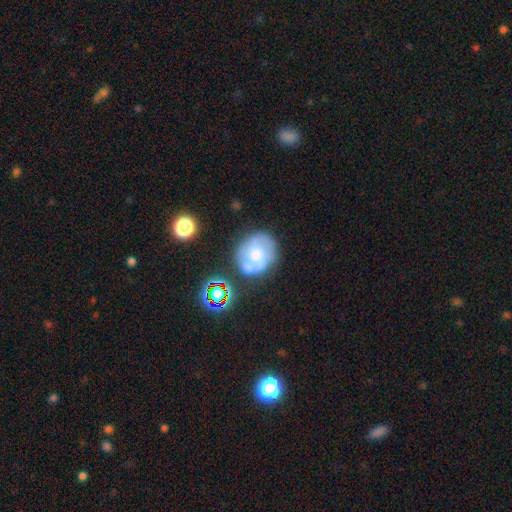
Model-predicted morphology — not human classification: type=featured or disk (50%); merging=none (53%).